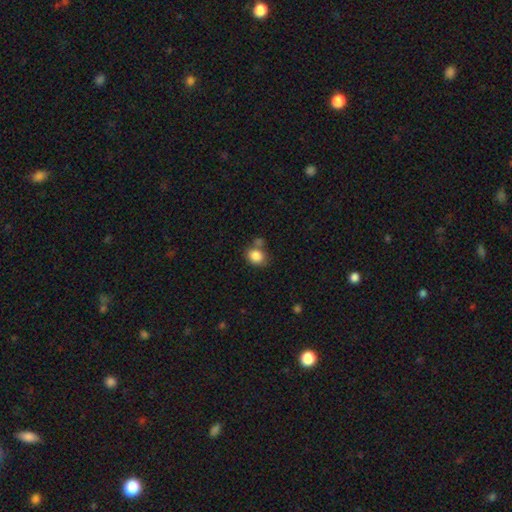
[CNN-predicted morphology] Overall: smooth (85%). How rounded: round (55%; in between 44%). Merging: none (58%; merger 21%).